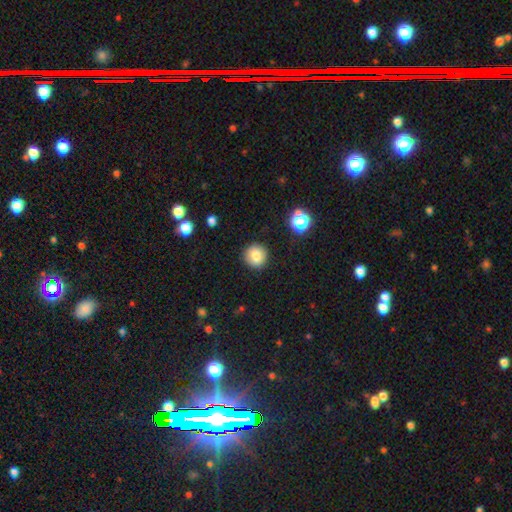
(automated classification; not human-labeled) Overall: smooth (83%). How rounded: round (92%). Merging: none (90%).